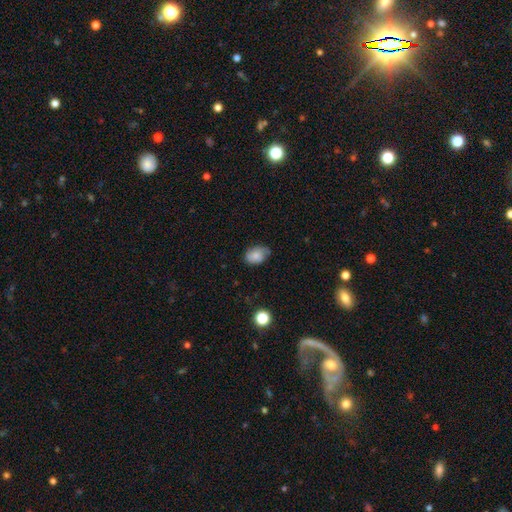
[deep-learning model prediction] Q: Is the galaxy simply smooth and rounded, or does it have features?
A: smooth — 76%.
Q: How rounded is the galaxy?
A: in between — 81%.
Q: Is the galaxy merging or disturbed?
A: none — 64%.